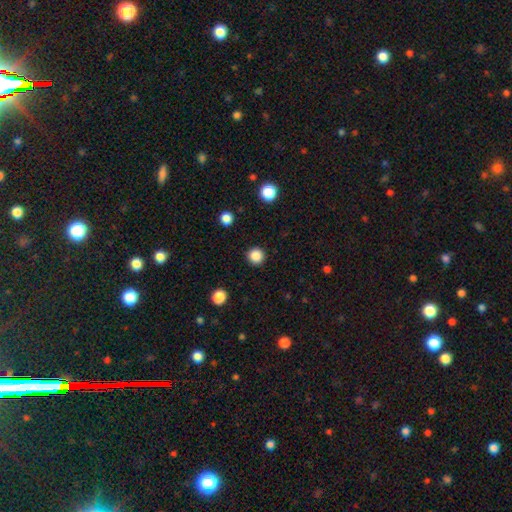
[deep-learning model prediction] Morphology: type=smooth (86%); roundness=round (95%); merging=none (91%).